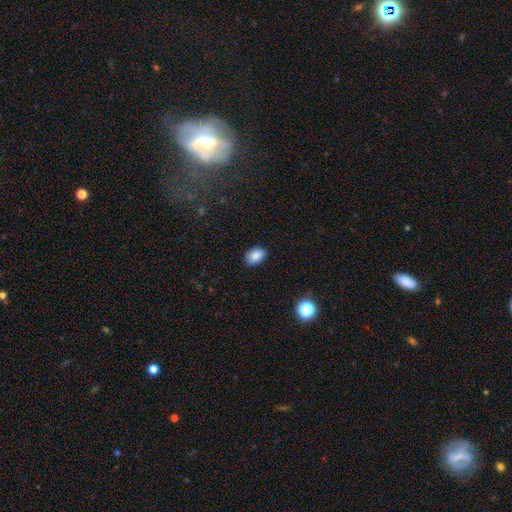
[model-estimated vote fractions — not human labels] Smooth or featured: smooth — 87% (star or artifact — 9%)
How rounded: in between — 78% (round — 21%)
Merging: none — 82% (minor disturbance — 14%)